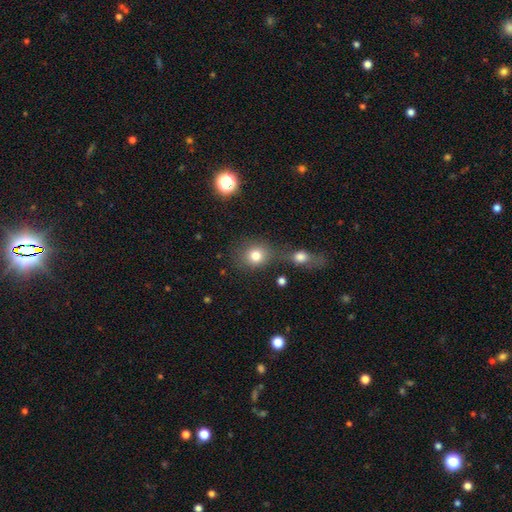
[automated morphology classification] This appears to be a smooth galaxy with no disk features (79%) that is round (77%). Merging: none (62%).